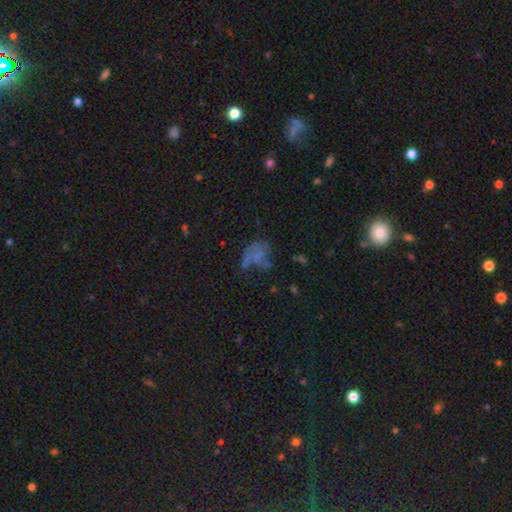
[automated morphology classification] A smooth galaxy with no disk features (44%). Merging: major disturbance (38%).